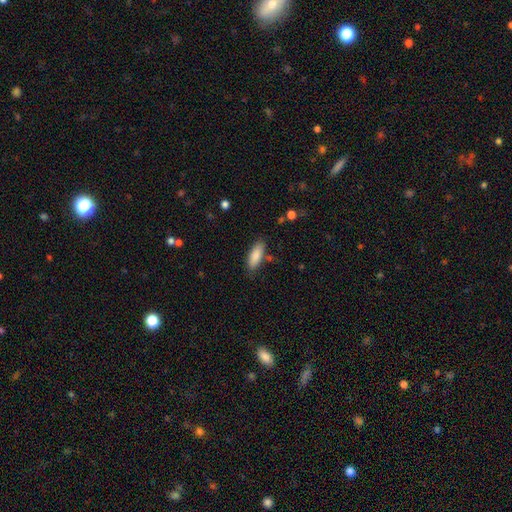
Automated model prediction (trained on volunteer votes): smooth 87%, featured or disk 7%, star or artifact 6%. Down the decision tree: how rounded — in between (68%); merging — none (80%).